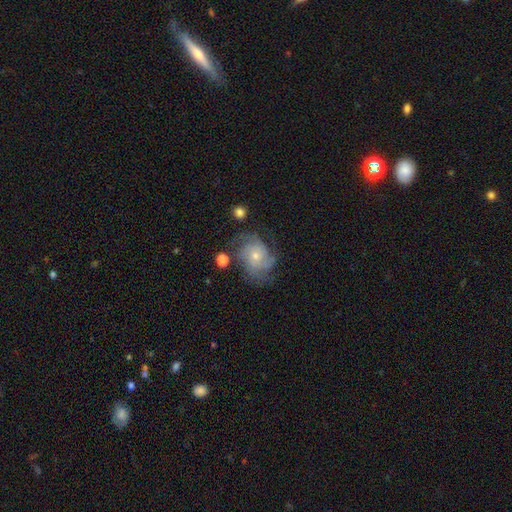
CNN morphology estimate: smooth-or-featured: featured or disk: 81% | smooth: 11% | star or artifact: 8%
  disk-edge-on: no: 98% | yes: 2%
    bar: no: 78% | weak: 19% | strong: 3%
    has-spiral-arms: yes: 95% | no: 5%
      spiral-winding: tight: 48% | medium: 40% | loose: 12%
      spiral-arm-count: 3: 30% | 4: 25% | can't tell: 21% | 2: 11% | more than 4: 7% | 1: 6%
    bulge-size: small: 62% | moderate: 33% | none: 2% | large: 2% | dominant: 1%
  merging: none: 68% | minor disturbance: 19% | major disturbance: 10% | merger: 3%